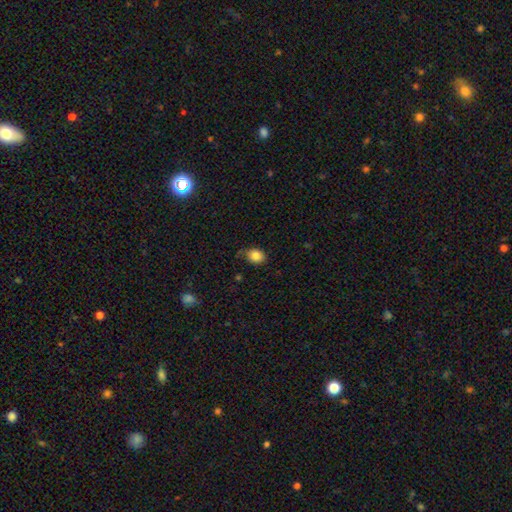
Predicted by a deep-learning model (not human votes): Smooth or featured? smooth (83%)
How rounded? round (50%)
Merging? none (65%)